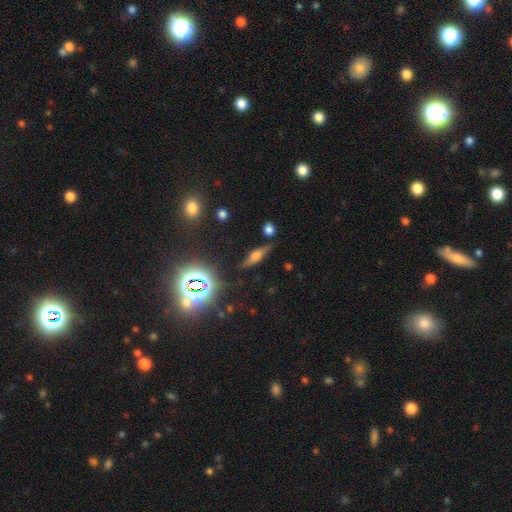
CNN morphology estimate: A featured or disk galaxy (48%).

Vote fractions:
- Smooth or featured? featured or disk: 48% / smooth: 35% / star or artifact: 17%
- Merging? none: 78% / minor disturbance: 14% / major disturbance: 4% / merger: 3%